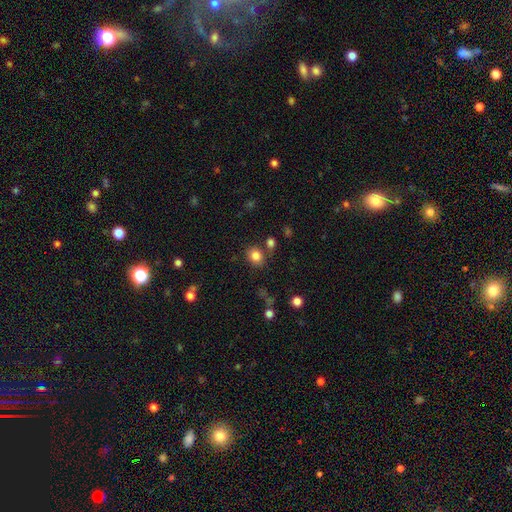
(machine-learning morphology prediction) This is clearly a smooth galaxy (83%). How rounded: likely round (60%). Merging: likely none (77%).